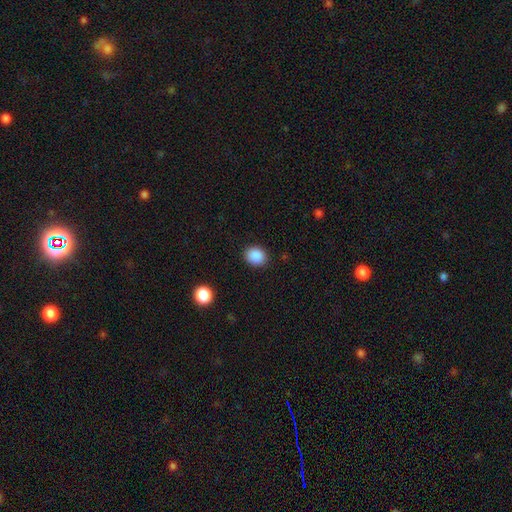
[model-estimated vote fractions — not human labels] Smooth or featured? smooth (88%)
How rounded? round (62%)
Merging? none (89%)